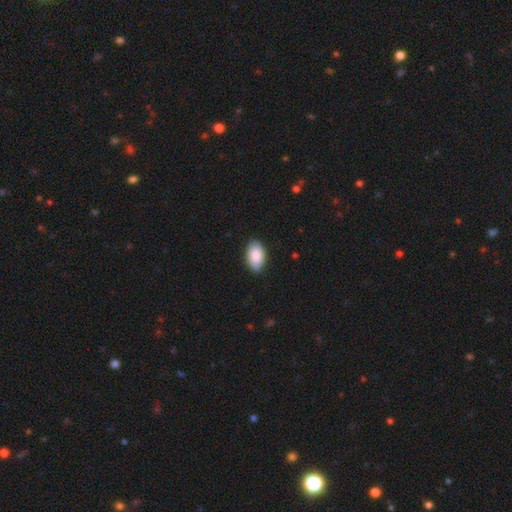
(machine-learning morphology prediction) Smooth or featured?
  - smooth: 87% *
  - featured or disk: 7%
  - star or artifact: 6%
How rounded?
  - in between: 94% *
  - round: 5%
  - cigar-shaped: 1%
Merging?
  - none: 86% *
  - minor disturbance: 11%
  - major disturbance: 2%
  - merger: 1%